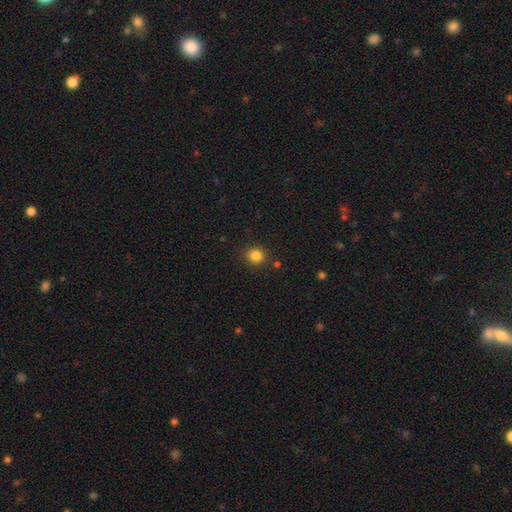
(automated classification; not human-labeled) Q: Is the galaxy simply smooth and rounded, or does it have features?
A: smooth — 84%.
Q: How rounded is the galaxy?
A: round — 86%.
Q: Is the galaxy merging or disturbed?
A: none — 87%.